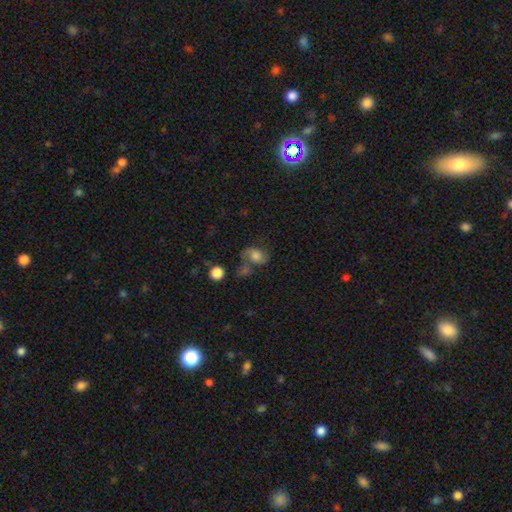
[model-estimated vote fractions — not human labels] smooth_or_featured: smooth (p=0.65) [alt: featured or disk p=0.23]
how_rounded: in between (p=0.63) [alt: round p=0.36]
merging: none (p=0.41) [alt: merger p=0.23]